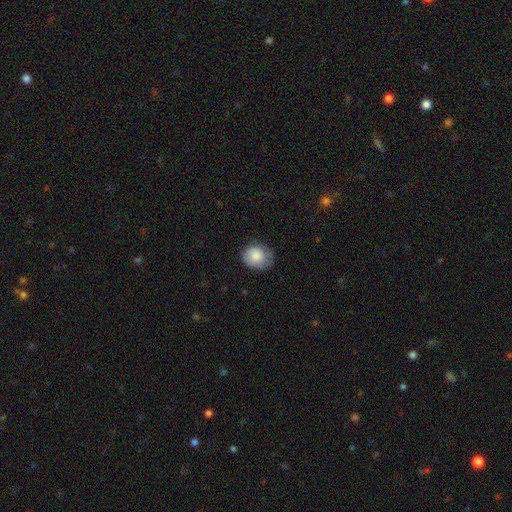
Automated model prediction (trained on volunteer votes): Smooth or featured? smooth (82%)
How rounded? round (69%)
Merging? none (64%)